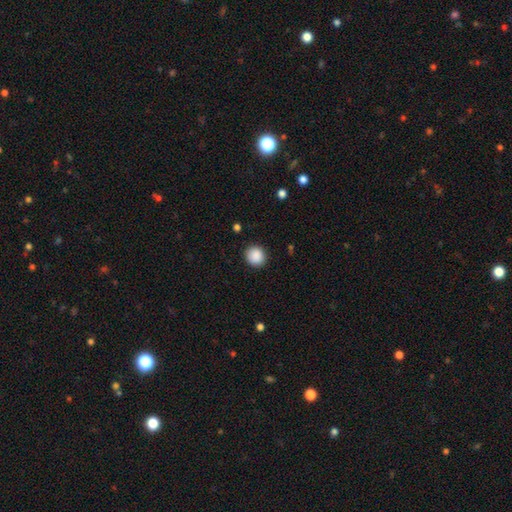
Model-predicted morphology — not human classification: The model was most divided on "how rounded": round: 89%, in between: 10%, cigar-shaped: 1%. More confident: merging — none (90%); smooth or featured — smooth (89%).